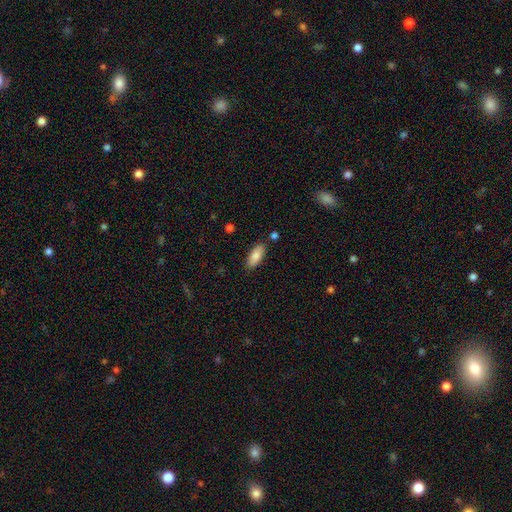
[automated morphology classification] smooth 82%, featured or disk 12%, star or artifact 7%. Down the decision tree: how rounded — in between (81%); merging — none (83%).